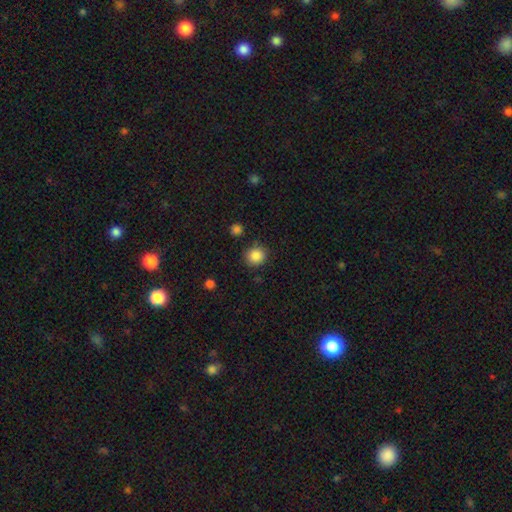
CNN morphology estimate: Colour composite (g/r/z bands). It shows a smooth galaxy with no disk features (87%) that is round (86%). Merging: none (84%).